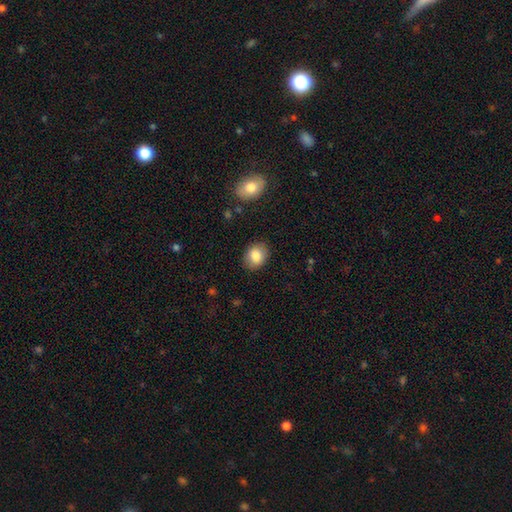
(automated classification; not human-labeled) Smooth or featured? smooth (83%)
How rounded? in between (59%)
Merging? none (86%)